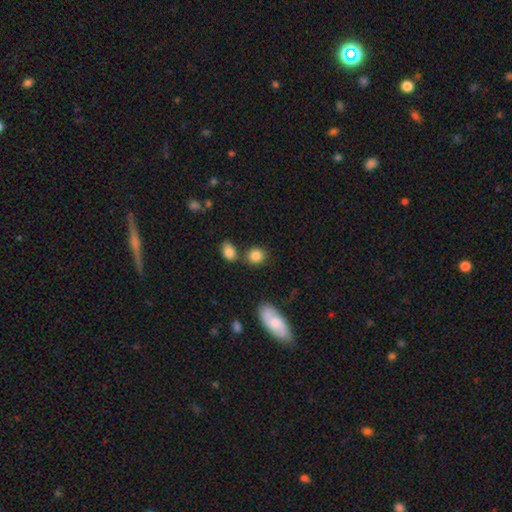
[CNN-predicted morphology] smooth_or_featured: smooth (p=0.85) [alt: star or artifact p=0.09]
how_rounded: round (p=0.80) [alt: in between p=0.19]
merging: none (p=0.72) [alt: merger p=0.13]